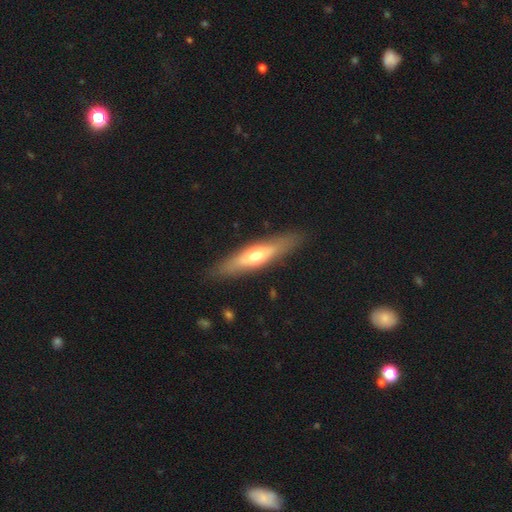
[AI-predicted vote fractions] Smooth or featured: smooth — 49% (featured or disk — 46%)
Merging: none — 86% (minor disturbance — 10%)